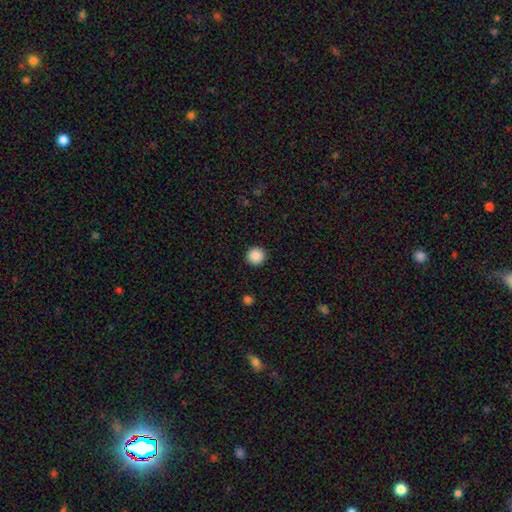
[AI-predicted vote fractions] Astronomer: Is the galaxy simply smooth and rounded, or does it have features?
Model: smooth — 88%.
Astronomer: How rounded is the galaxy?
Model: round — 96%.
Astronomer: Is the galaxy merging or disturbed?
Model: none — 93%.